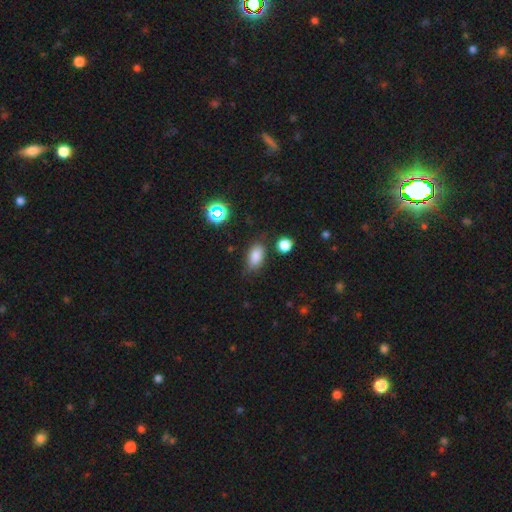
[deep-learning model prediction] Overall: smooth (81%). How rounded: in between (89%). Merging: none (75%).